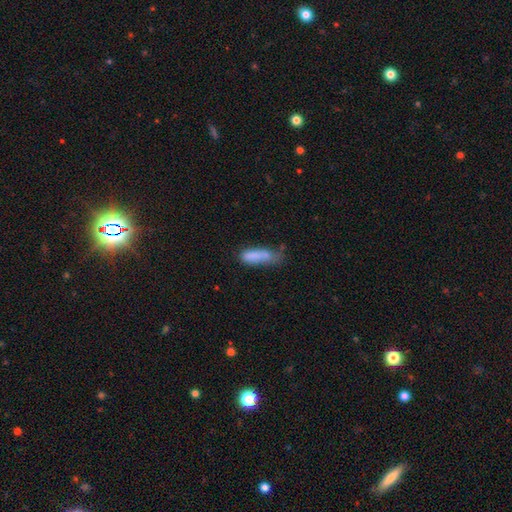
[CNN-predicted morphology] type=smooth (79%); roundness=cigar-shaped (52%); merging=none (36%).